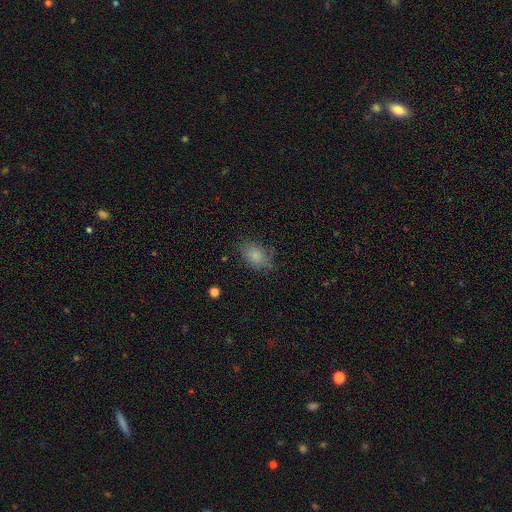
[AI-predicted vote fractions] This is likely a smooth galaxy (80%). How rounded: likely in between (79%). Merging: likely none (68%).